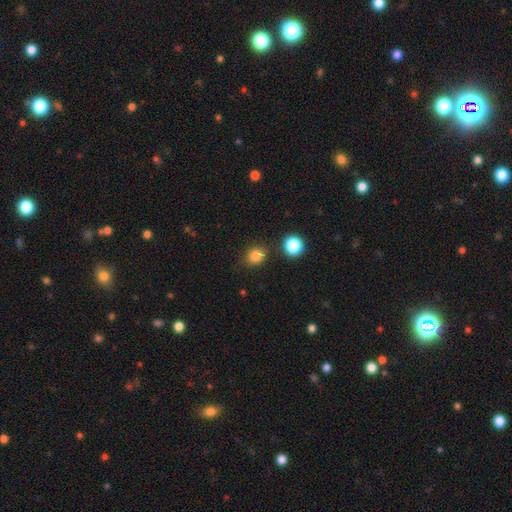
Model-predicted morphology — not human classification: Smooth or featured? Predicted: smooth (p=0.81). How rounded? Predicted: round (p=0.62). Merging? Predicted: none (p=0.78).